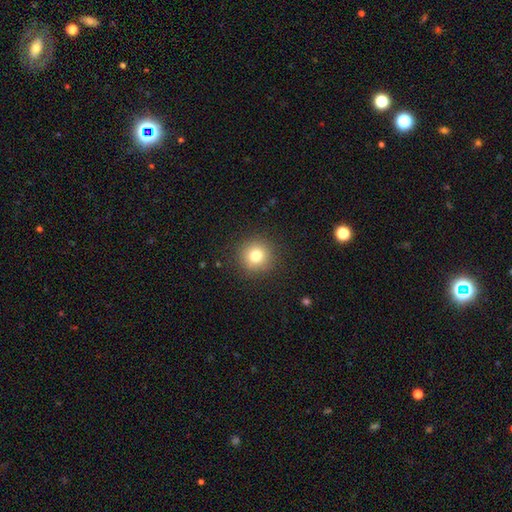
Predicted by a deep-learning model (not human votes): A smooth galaxy with no disk features (79%) that is round (94%).

Vote fractions:
- Smooth or featured? smooth: 79% / star or artifact: 12% / featured or disk: 8%
- How rounded? round: 94% / in between: 5% / cigar-shaped: 1%
- Merging? none: 90% / minor disturbance: 6% / major disturbance: 2% / merger: 1%